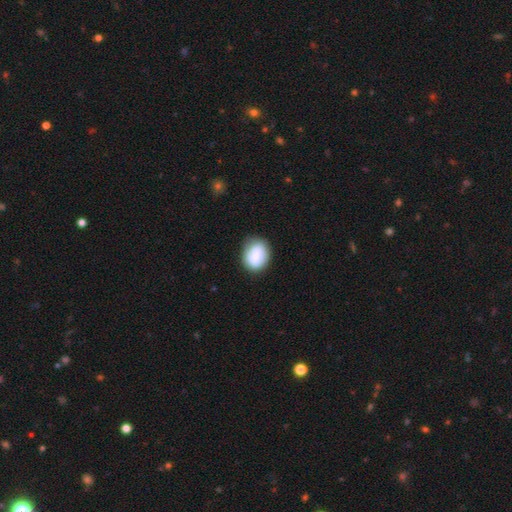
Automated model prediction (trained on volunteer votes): A smooth galaxy with no disk features (59%) that is round (52%).

Vote fractions:
- Smooth or featured? smooth: 59% / featured or disk: 34% / star or artifact: 7%
- How rounded? round: 52% / in between: 47% / cigar-shaped: 1%
- Merging? none: 70% / minor disturbance: 21% / major disturbance: 6% / merger: 3%